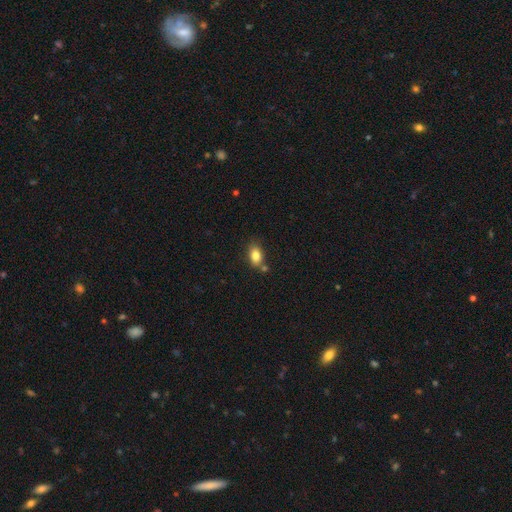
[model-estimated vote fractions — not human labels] smooth_or_featured: smooth (p=0.83) [alt: star or artifact p=0.09]
how_rounded: in between (p=0.84) [alt: round p=0.14]
merging: none (p=0.68) [alt: minor disturbance p=0.16]